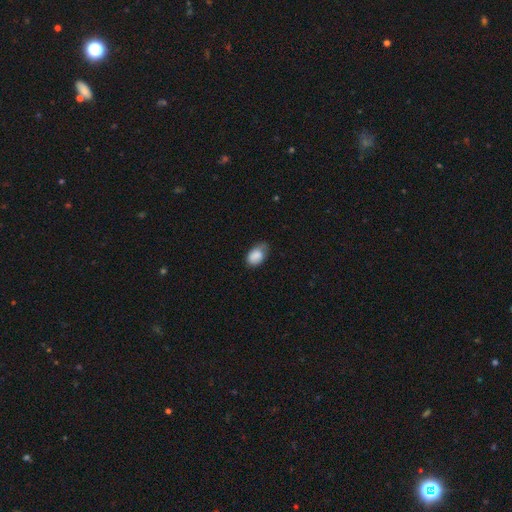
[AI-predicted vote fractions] The model was most divided on "merging": none: 48%, minor disturbance: 40%, major disturbance: 11%, merger: 2%. More confident: smooth or featured — smooth (85%); how rounded — in between (84%).